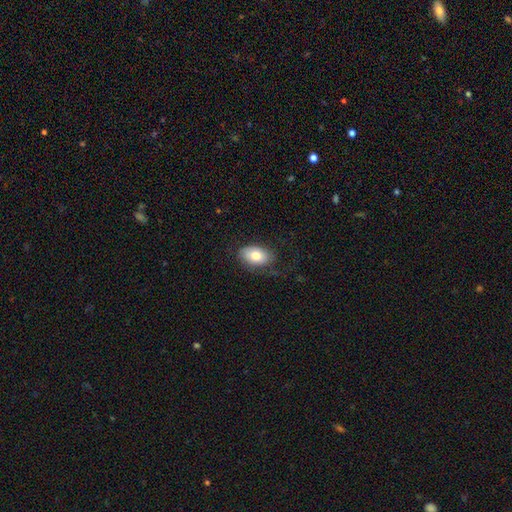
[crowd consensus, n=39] smooth 72%, featured or disk 21%, star or artifact 8%. Down the decision tree: how rounded — in between (93%); merging — none (56%).